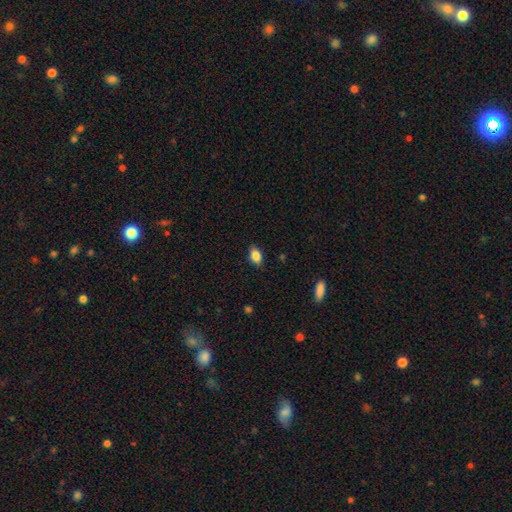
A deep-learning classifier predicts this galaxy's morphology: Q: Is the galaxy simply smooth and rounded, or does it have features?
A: smooth — 85%.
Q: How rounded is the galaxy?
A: in between — 87%.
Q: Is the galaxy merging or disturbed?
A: none — 84%.